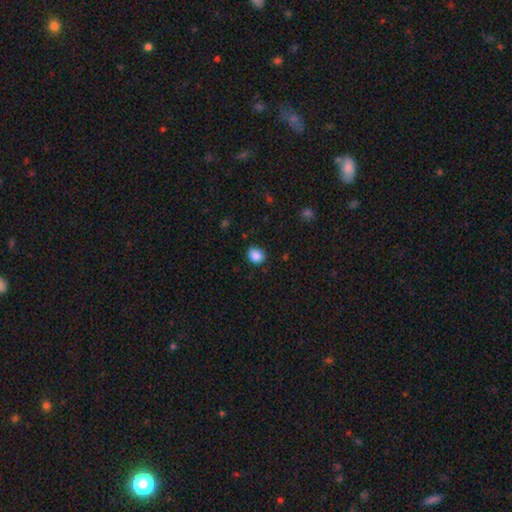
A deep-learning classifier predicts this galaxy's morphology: Smooth or featured: smooth — 88% (star or artifact — 9%)
How rounded: round — 59% (in between — 41%)
Merging: none — 81% (minor disturbance — 15%)